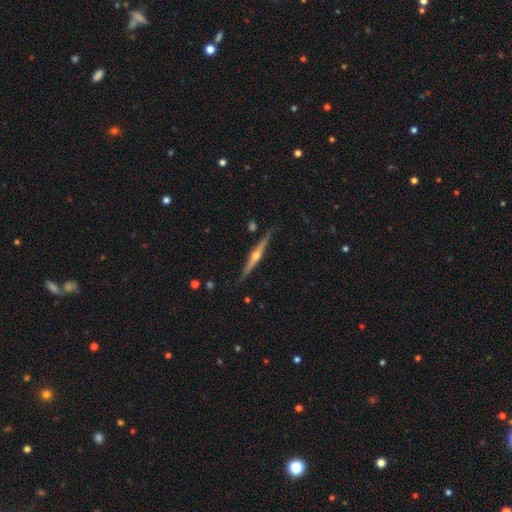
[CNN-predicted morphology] Smooth or featured?
  - featured or disk: 83% *
  - smooth: 12%
  - star or artifact: 5%
Edge-on disk?
  - yes: 98% *
  - no: 2%
Edge-on bulge?
  - rounded: 93% *
  - none: 4%
  - boxy: 3%
Merging?
  - none: 88% *
  - minor disturbance: 9%
  - major disturbance: 2%
  - merger: 1%